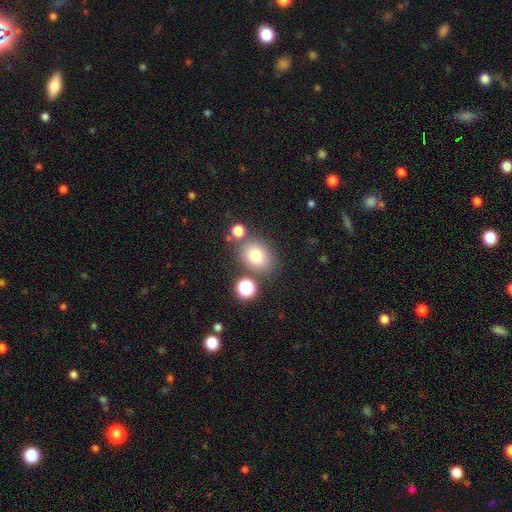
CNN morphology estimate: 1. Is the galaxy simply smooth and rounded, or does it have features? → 76% smooth, 13% star or artifact, 11% featured or disk.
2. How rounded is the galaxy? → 50% round, 49% in between, 1% cigar-shaped.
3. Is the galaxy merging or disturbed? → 73% none, 12% minor disturbance, 10% merger, 4% major disturbance.